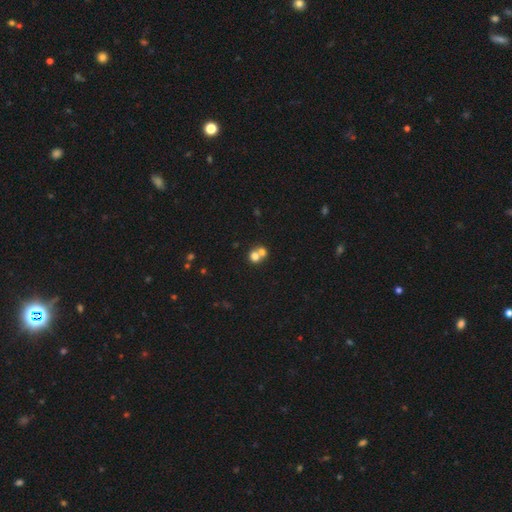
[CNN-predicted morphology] A smooth galaxy with no disk features (71%) that is round (77%). Merging: merger (59%).